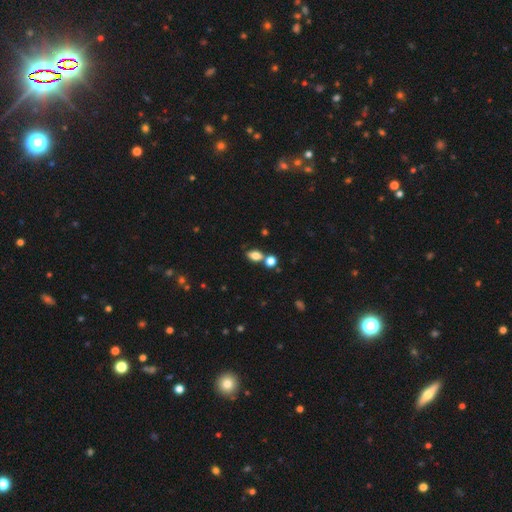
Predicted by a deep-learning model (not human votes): A smooth galaxy with no disk features (79%) that is in between round and cigar-shaped (82%). Merging: none (57%).